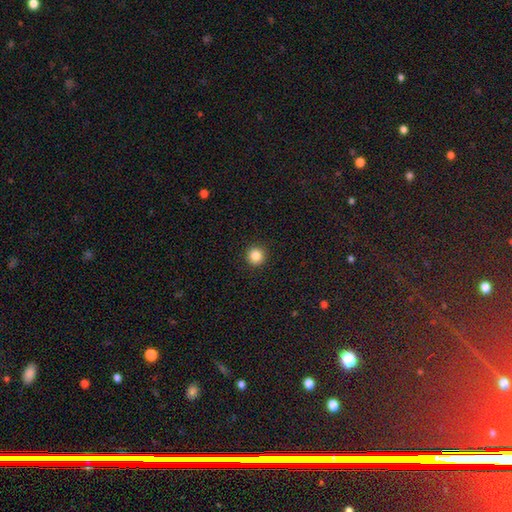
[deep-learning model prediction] This appears to be a smooth galaxy with no disk features (85%) that is round (95%). Merging: none (93%).